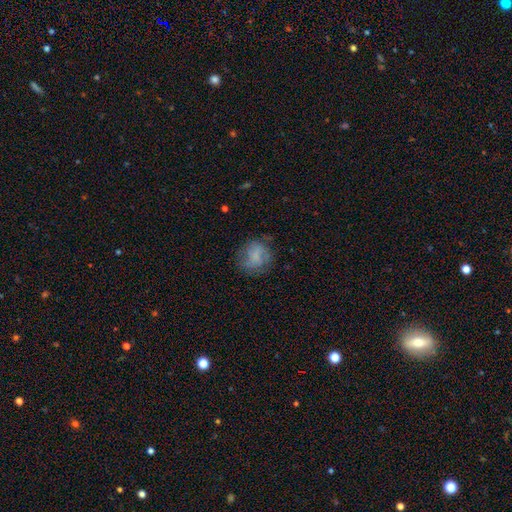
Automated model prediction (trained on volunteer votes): This appears to be a smooth galaxy with no disk features (64%) that is round (73%). Merging: none (65%).